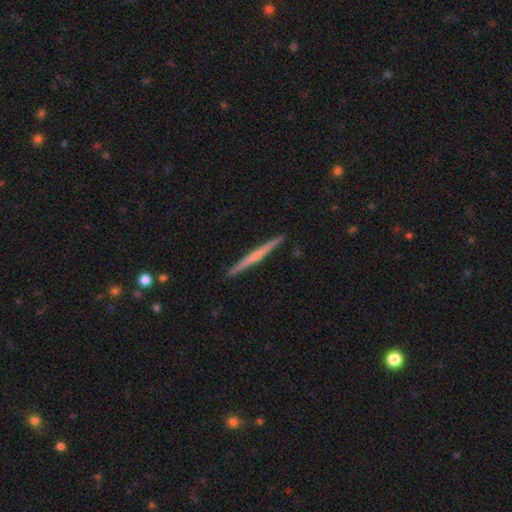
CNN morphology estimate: Overall: featured or disk (64%; smooth 31%). Edge-on disk: yes (98%). Edge-on bulge: none (46%, tied with rounded). Merging: none (93%).